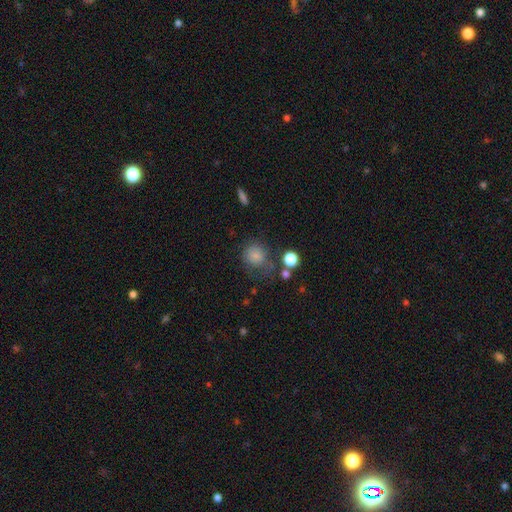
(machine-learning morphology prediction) Smooth or featured? Predicted: smooth (p=0.79). How rounded? Predicted: round (p=0.79). Merging? Predicted: none (p=0.58).